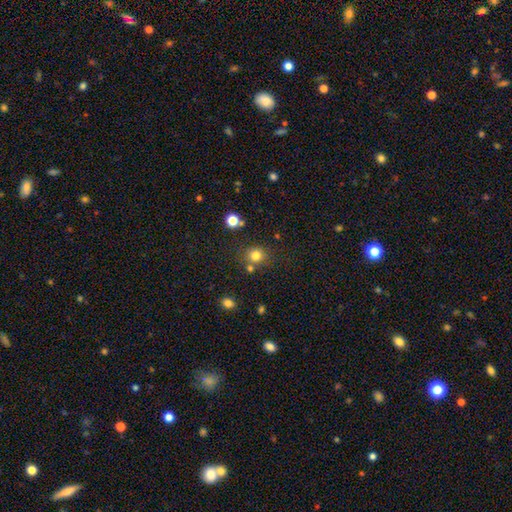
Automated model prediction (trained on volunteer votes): smooth-or-featured: smooth: 79% | star or artifact: 14% | featured or disk: 7%
  how-rounded: round: 84% | in between: 15% | cigar-shaped: 1%
  merging: none: 73% | merger: 12% | minor disturbance: 11% | major disturbance: 4%